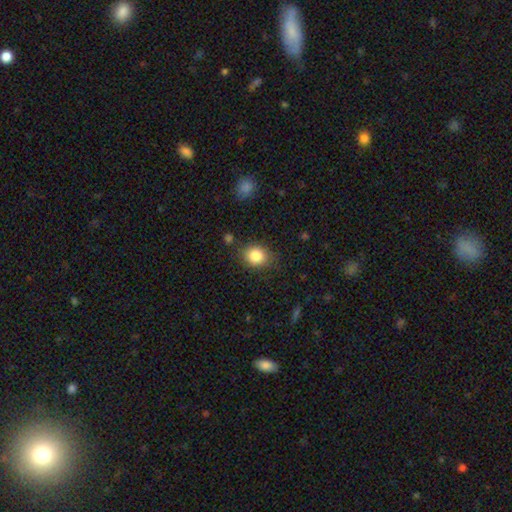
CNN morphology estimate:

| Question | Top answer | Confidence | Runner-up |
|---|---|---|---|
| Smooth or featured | smooth | 85% | star or artifact (10%) |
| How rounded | round | 56% | in between (43%) |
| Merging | none | 79% | minor disturbance (15%) |